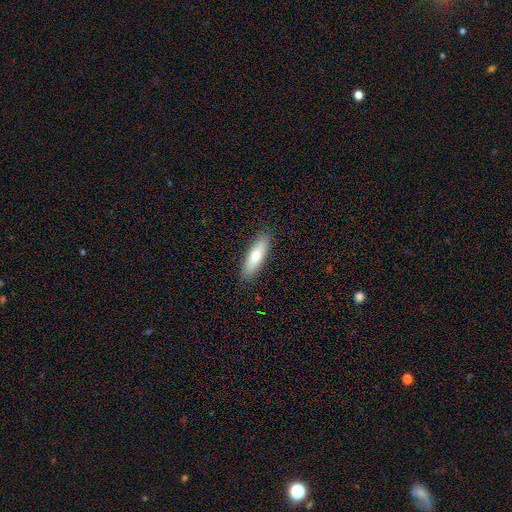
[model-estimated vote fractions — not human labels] Smooth or featured? smooth (68%)
How rounded? cigar-shaped (51%)
Merging? none (89%)